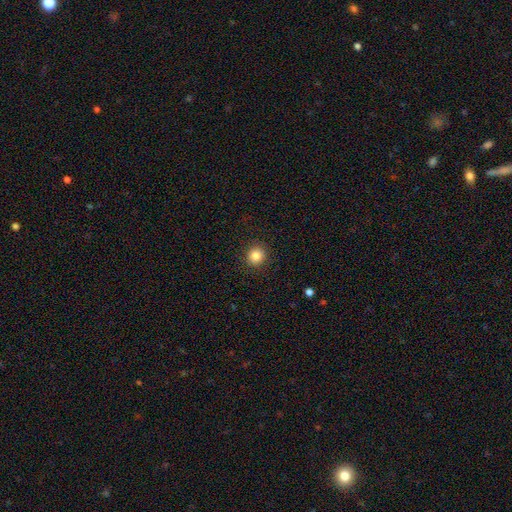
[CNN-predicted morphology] Overall: smooth (84%). How rounded: round (90%). Merging: none (91%).